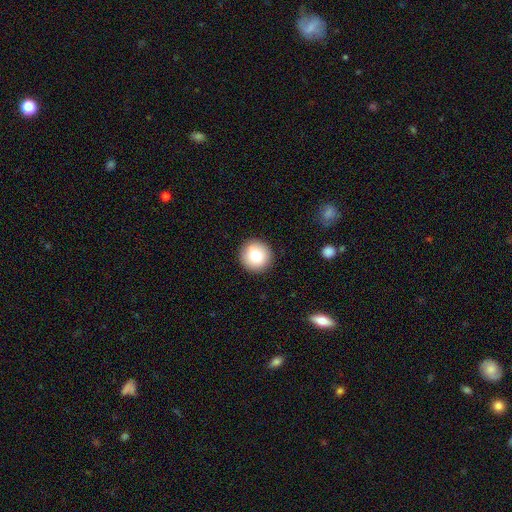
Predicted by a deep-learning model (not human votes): This is clearly a smooth galaxy (80%). How rounded: clearly round (95%). Merging: clearly none (92%).